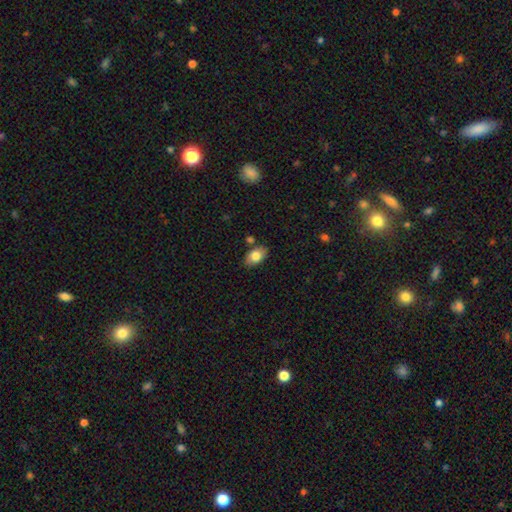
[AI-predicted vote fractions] The model was most divided on "merging": none: 77%, minor disturbance: 13%, merger: 7%, major disturbance: 3%. More confident: how rounded — in between (89%); smooth or featured — smooth (81%).